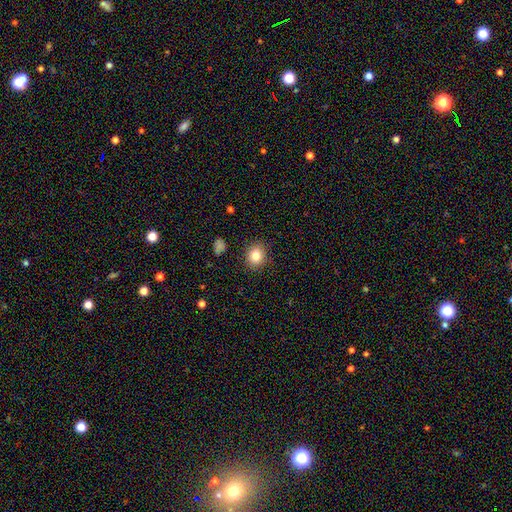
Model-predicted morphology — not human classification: Q: Smooth or featured?
A: smooth (82%); runner-up: star or artifact (10%)
Q: How rounded?
A: round (68%); runner-up: in between (31%)
Q: Merging?
A: none (88%); runner-up: minor disturbance (9%)